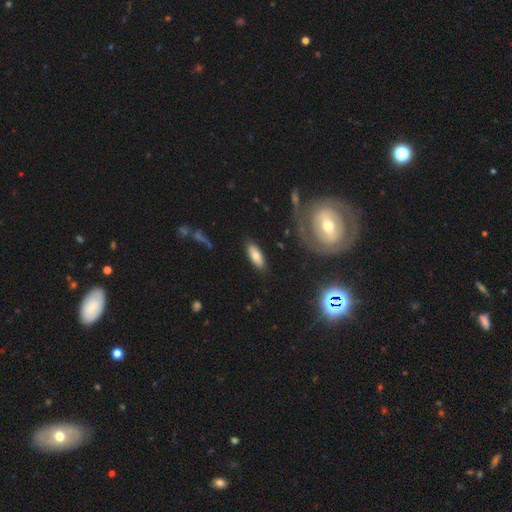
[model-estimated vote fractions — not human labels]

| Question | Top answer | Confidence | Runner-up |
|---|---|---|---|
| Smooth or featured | smooth | 77% | featured or disk (16%) |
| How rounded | in between | 76% | cigar-shaped (22%) |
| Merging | none | 84% | minor disturbance (11%) |